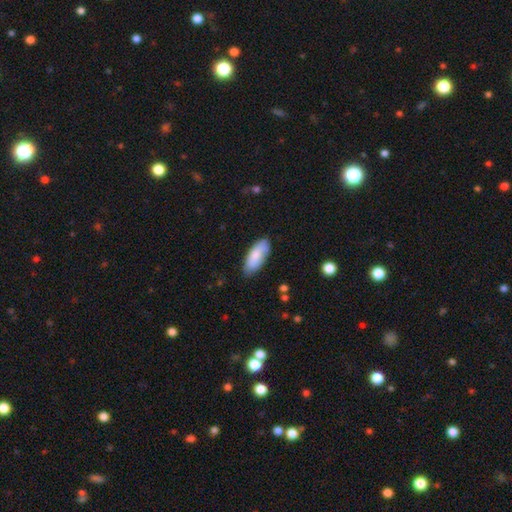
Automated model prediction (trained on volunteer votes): Morphology: type=smooth (81%); roundness=in between (82%); merging=none (78%).